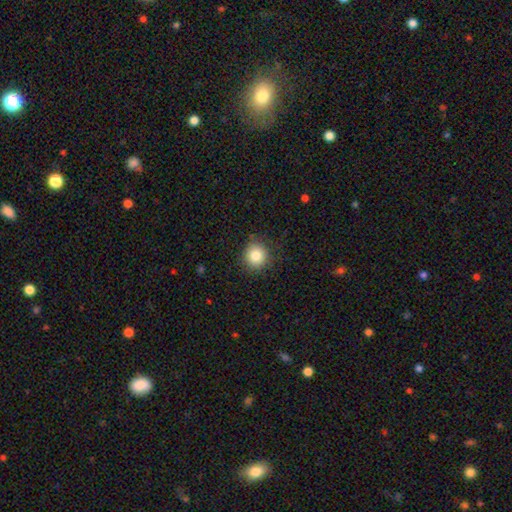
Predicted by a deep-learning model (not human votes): Smooth or featured: smooth — 83% (star or artifact — 10%)
How rounded: round — 89% (in between — 10%)
Merging: none — 87% (minor disturbance — 10%)